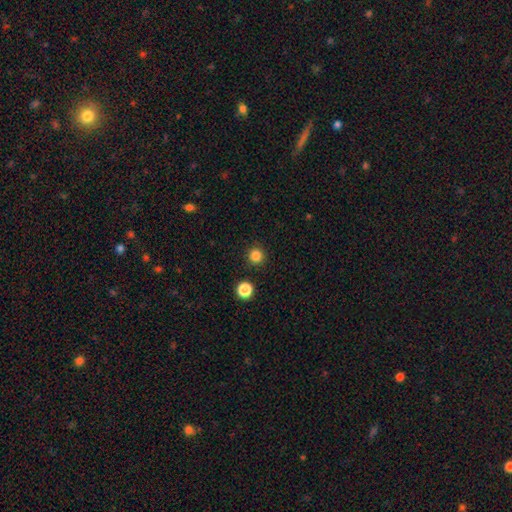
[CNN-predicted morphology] smooth-or-featured: smooth: 84% | star or artifact: 13% | featured or disk: 3%
  how-rounded: round: 95% | in between: 4% | cigar-shaped: 1%
  merging: none: 92% | minor disturbance: 5% | major disturbance: 2% | merger: 2%